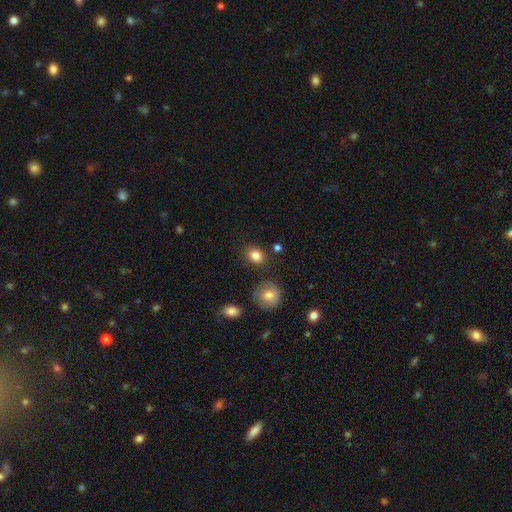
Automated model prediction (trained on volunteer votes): A smooth galaxy with no disk features (85%) that is in between round and cigar-shaped (54%).

Vote fractions:
- Smooth or featured? smooth: 85% / star or artifact: 9% / featured or disk: 6%
- How rounded? in between: 54% / round: 45% / cigar-shaped: 1%
- Merging? none: 81% / minor disturbance: 12% / merger: 4% / major disturbance: 3%